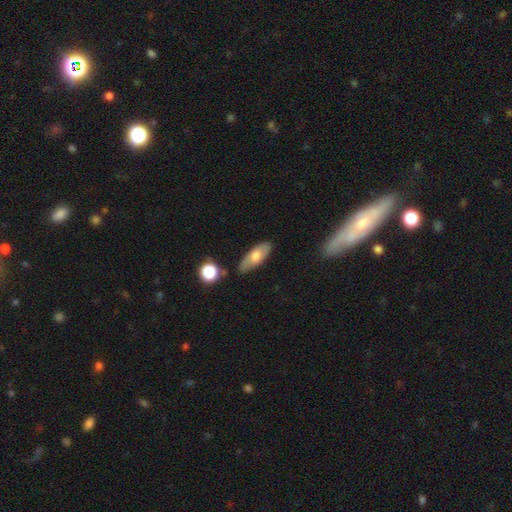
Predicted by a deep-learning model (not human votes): Overall: smooth (65%; featured or disk 28%). How rounded: in between (75%). Merging: none (74%).